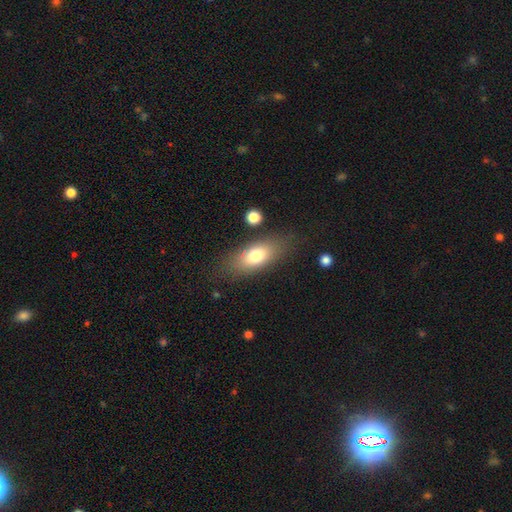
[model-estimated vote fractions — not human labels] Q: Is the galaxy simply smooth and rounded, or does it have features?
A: smooth — 74%.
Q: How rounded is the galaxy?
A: in between — 82%.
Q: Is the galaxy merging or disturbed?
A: none — 76%.